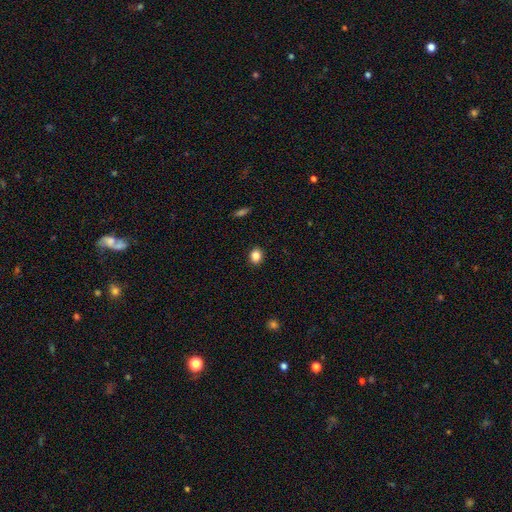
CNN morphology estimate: The model was most divided on "how rounded": round: 62%, in between: 37%, cigar-shaped: 1%. More confident: merging — none (91%); smooth or featured — smooth (85%).